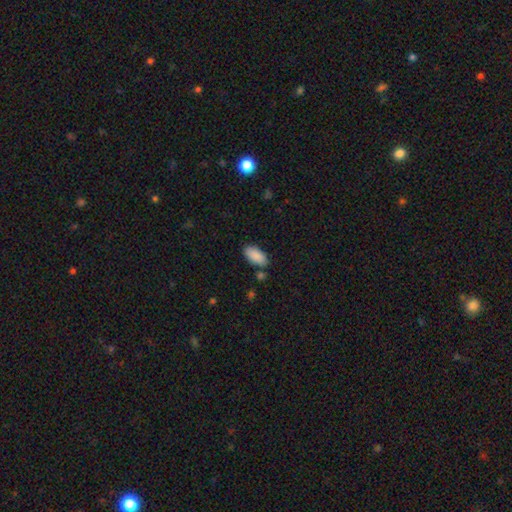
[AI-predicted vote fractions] Q: Smooth or featured?
A: smooth (90%); runner-up: star or artifact (6%)
Q: How rounded?
A: in between (93%); runner-up: cigar-shaped (5%)
Q: Merging?
A: none (81%); runner-up: minor disturbance (12%)